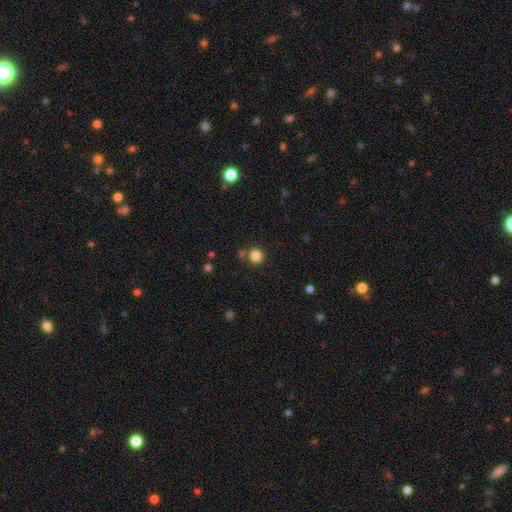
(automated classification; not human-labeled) A smooth galaxy with no disk features (82%) that is round (94%).

Vote fractions:
- Smooth or featured? smooth: 82% / star or artifact: 13% / featured or disk: 5%
- How rounded? round: 94% / in between: 5% / cigar-shaped: 1%
- Merging? none: 80% / merger: 9% / minor disturbance: 8% / major disturbance: 3%